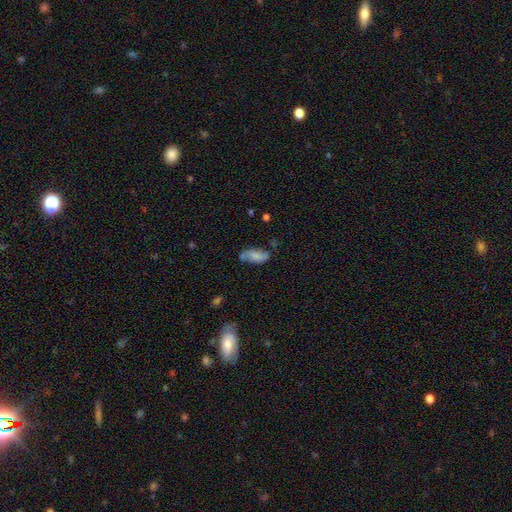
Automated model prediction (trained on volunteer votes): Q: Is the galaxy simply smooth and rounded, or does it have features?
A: smooth — 69%.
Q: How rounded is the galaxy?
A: in between — 83%.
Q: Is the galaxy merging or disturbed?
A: none — 56%.